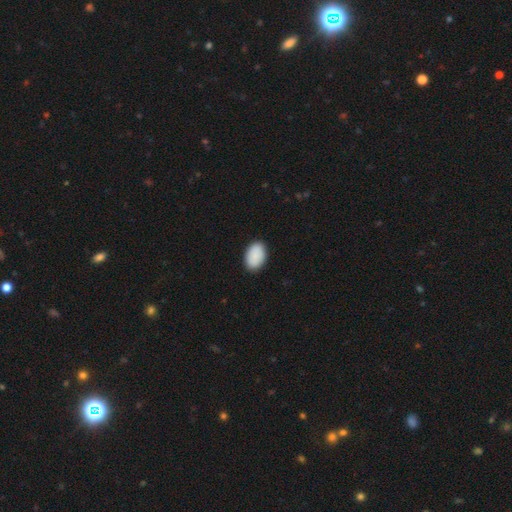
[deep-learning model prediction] Smooth or featured?
  - smooth: 89% *
  - star or artifact: 6%
  - featured or disk: 5%
How rounded?
  - in between: 90% *
  - round: 9%
  - cigar-shaped: 1%
Merging?
  - none: 89% *
  - minor disturbance: 8%
  - major disturbance: 2%
  - merger: 1%